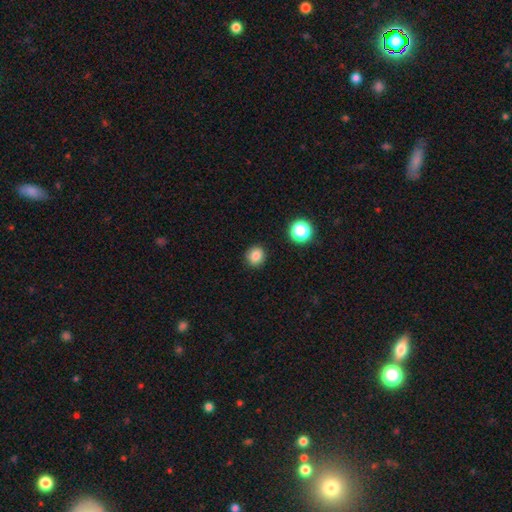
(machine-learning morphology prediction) The model was most divided on "smooth or featured": smooth: 84%, star or artifact: 12%, featured or disk: 4%. More confident: merging — none (90%); how rounded — round (87%).